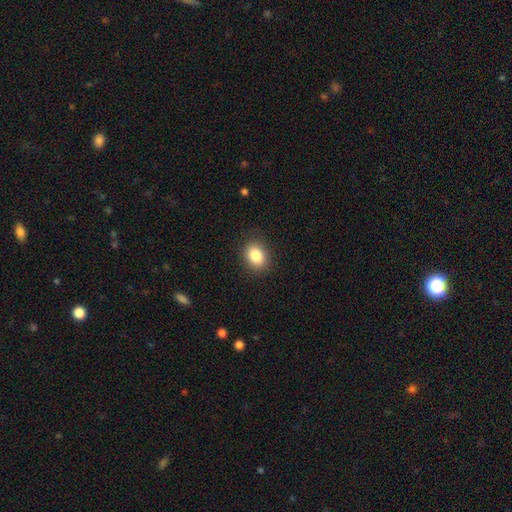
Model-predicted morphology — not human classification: smooth-or-featured: smooth: 85% | star or artifact: 9% | featured or disk: 6%
  how-rounded: in between: 63% | round: 36% | cigar-shaped: 1%
  merging: none: 87% | minor disturbance: 9% | major disturbance: 3% | merger: 1%